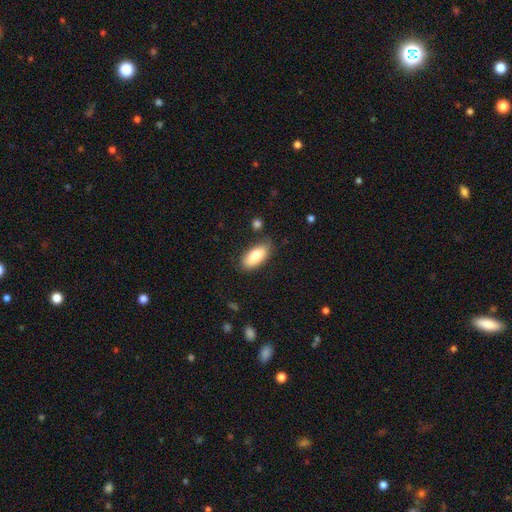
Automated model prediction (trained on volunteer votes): The model was most divided on "merging": none: 75%, minor disturbance: 18%, major disturbance: 4%, merger: 3%. More confident: how rounded — in between (90%); smooth or featured — smooth (81%).